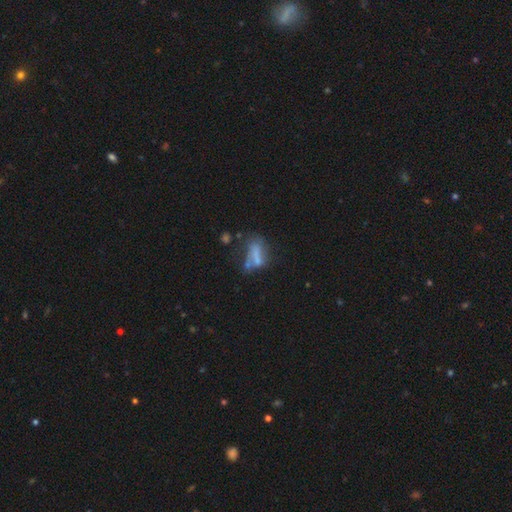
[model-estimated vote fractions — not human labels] Smooth or featured?
  - smooth: 53% *
  - featured or disk: 33%
  - star or artifact: 14%
How rounded?
  - in between: 67% *
  - cigar-shaped: 25%
  - round: 7%
Merging?
  - none: 29% *
  - major disturbance: 26%
  - merger: 24%
  - minor disturbance: 21%